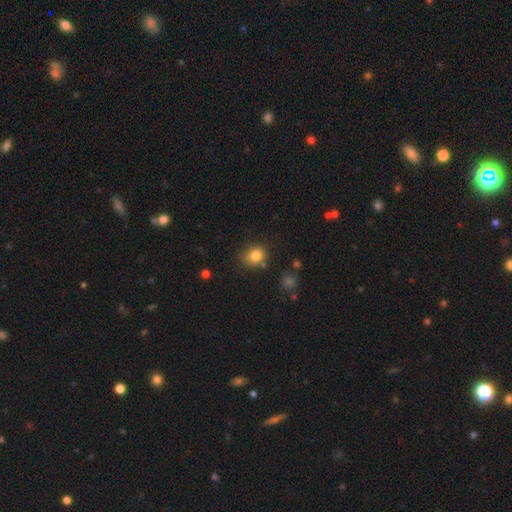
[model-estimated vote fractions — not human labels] Smooth or featured: smooth — 82% (star or artifact — 11%)
How rounded: round — 66% (in between — 34%)
Merging: none — 74% (minor disturbance — 16%)